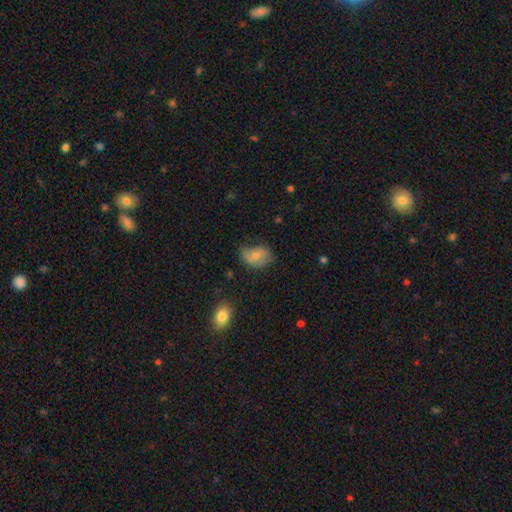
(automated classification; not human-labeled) A smooth galaxy with no disk features (69%) that is in between round and cigar-shaped (78%). Merging: none (53%).